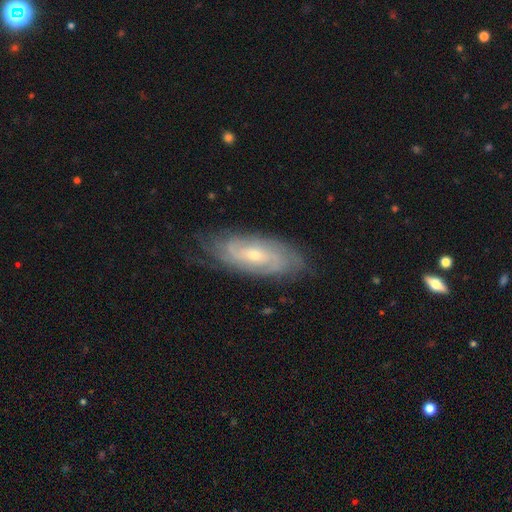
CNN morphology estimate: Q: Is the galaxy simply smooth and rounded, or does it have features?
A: featured or disk — 80%.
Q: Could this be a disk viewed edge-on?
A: no — 89%.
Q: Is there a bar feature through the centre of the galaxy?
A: no — 53%.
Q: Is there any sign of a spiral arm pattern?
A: yes — 93%.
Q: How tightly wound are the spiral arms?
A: tight — 67%.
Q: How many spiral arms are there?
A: can't tell — 43%.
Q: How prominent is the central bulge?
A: small — 61%.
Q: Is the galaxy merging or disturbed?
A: none — 82%.